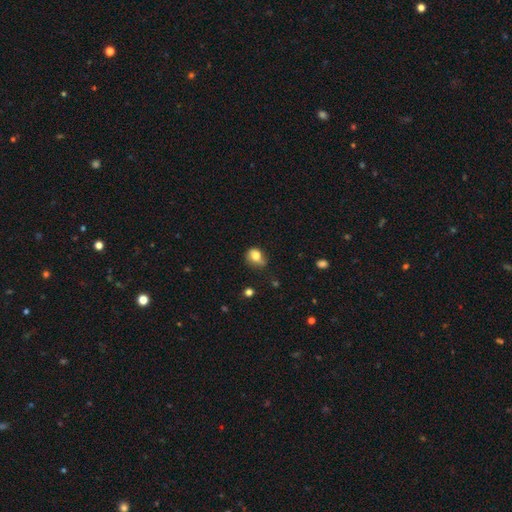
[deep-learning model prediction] A smooth galaxy with no disk features (73%) that is in between round and cigar-shaped (51%).

Vote fractions:
- Smooth or featured? smooth: 73% / featured or disk: 17% / star or artifact: 10%
- How rounded? in between: 51% / round: 48% / cigar-shaped: 1%
- Merging? none: 45% / minor disturbance: 37% / major disturbance: 14% / merger: 4%